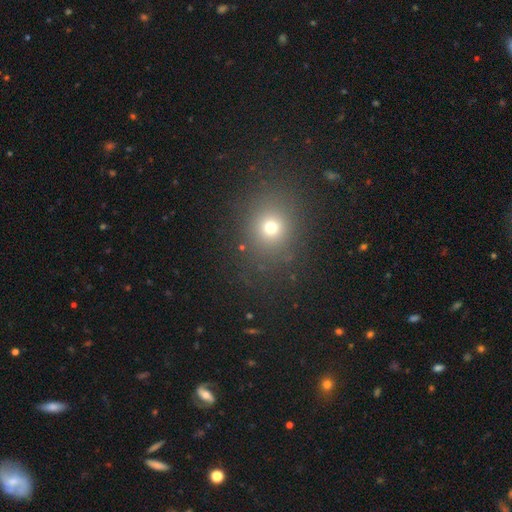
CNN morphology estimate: This is likely a smooth galaxy (64%). How rounded: likely round (67%). Merging: clearly none (90%).